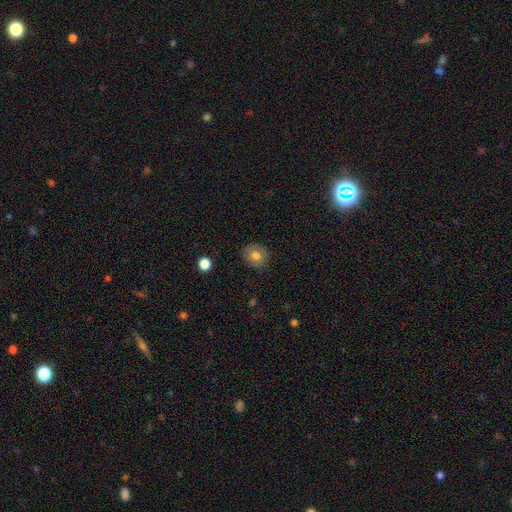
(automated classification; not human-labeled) This is likely a smooth galaxy (75%). How rounded: likely round (71%). Merging: clearly none (84%).